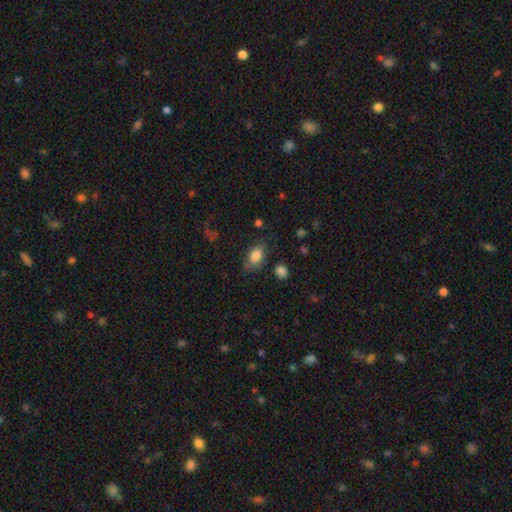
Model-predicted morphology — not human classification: This appears to be a smooth galaxy with no disk features (82%) that is in between round and cigar-shaped (83%). Merging: none (64%).